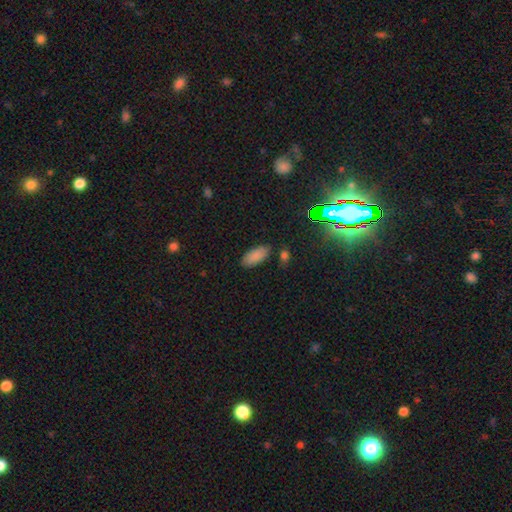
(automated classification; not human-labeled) A smooth galaxy with no disk features (85%) that is in between round and cigar-shaped (89%). Merging: none (82%).